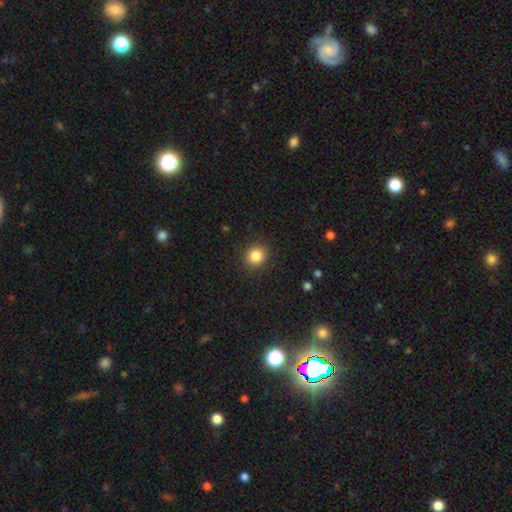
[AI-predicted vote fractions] Morphology: type=smooth (85%); roundness=round (85%); merging=none (89%).